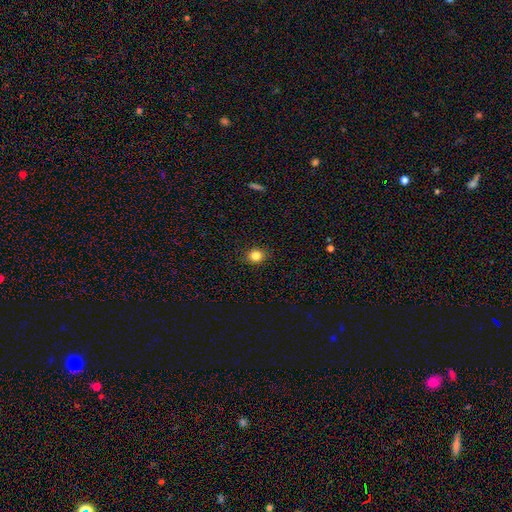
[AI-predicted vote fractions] Morphology: type=smooth (83%); roundness=round (71%); merging=none (89%).